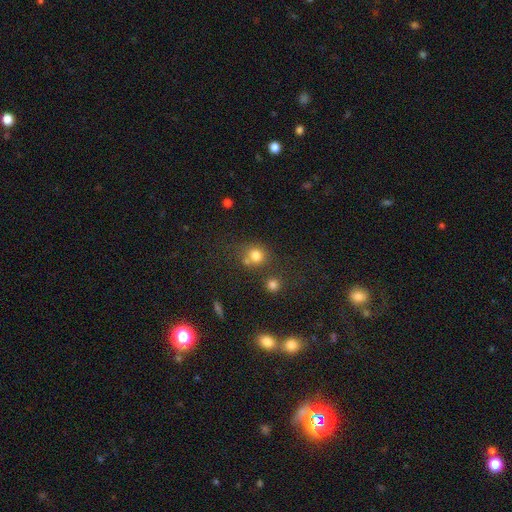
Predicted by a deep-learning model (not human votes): smooth-or-featured: smooth: 77% | star or artifact: 15% | featured or disk: 8%
  how-rounded: round: 80% | in between: 19% | cigar-shaped: 1%
  merging: none: 58% | merger: 25% | minor disturbance: 12% | major disturbance: 5%